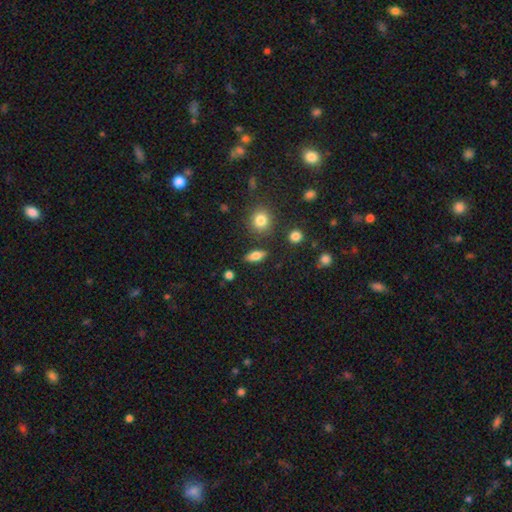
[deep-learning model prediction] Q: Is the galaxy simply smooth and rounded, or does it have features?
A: smooth — 74%.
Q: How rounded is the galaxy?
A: in between — 73%.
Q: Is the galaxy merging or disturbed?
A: none — 84%.